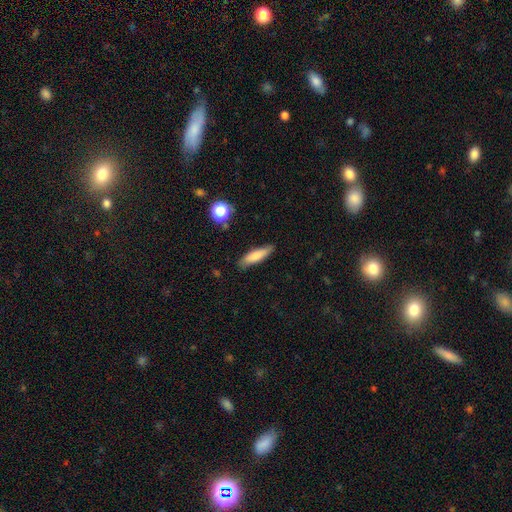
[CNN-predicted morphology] smooth 76%, featured or disk 16%, star or artifact 8%. Down the decision tree: how rounded — cigar-shaped (66%); merging — none (82%).